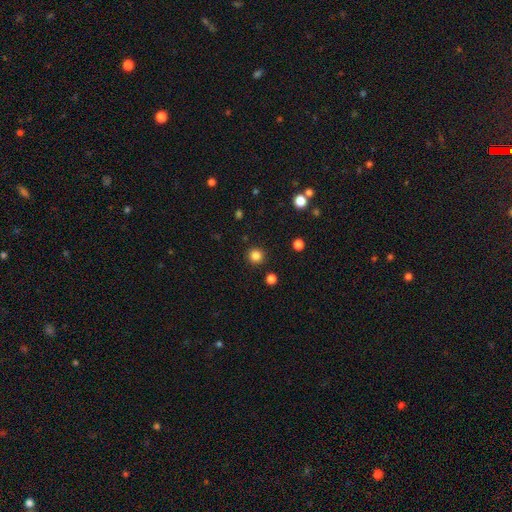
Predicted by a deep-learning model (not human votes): Morphology: type=smooth (84%); roundness=round (95%); merging=none (92%).